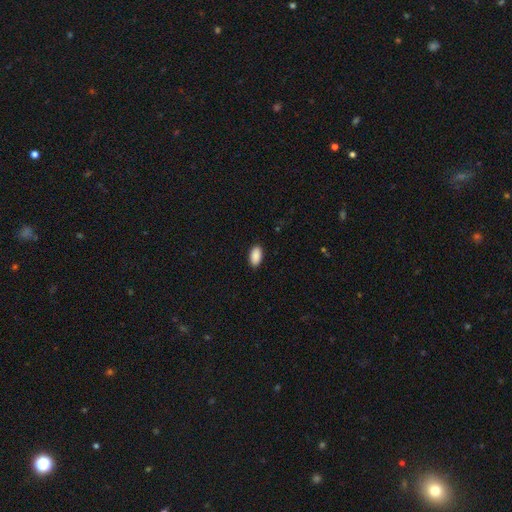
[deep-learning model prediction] A smooth galaxy with no disk features (91%) that is in between round and cigar-shaped (95%).

Vote fractions:
- Smooth or featured? smooth: 91% / star or artifact: 7% / featured or disk: 3%
- How rounded? in between: 95% / round: 3% / cigar-shaped: 3%
- Merging? none: 89% / minor disturbance: 8% / major disturbance: 2% / merger: 1%